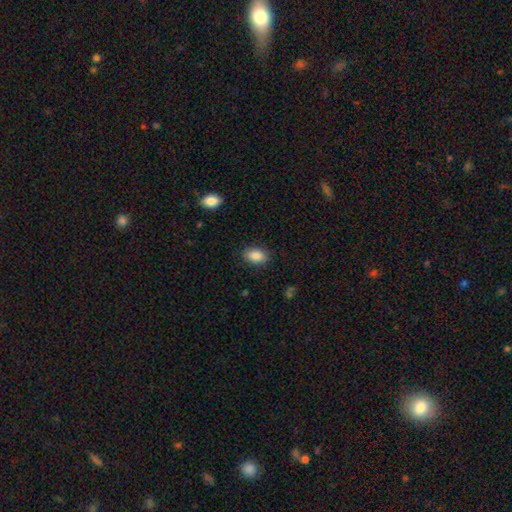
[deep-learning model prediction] A smooth galaxy with no disk features (88%) that is in between round and cigar-shaped (86%). Merging: none (85%).